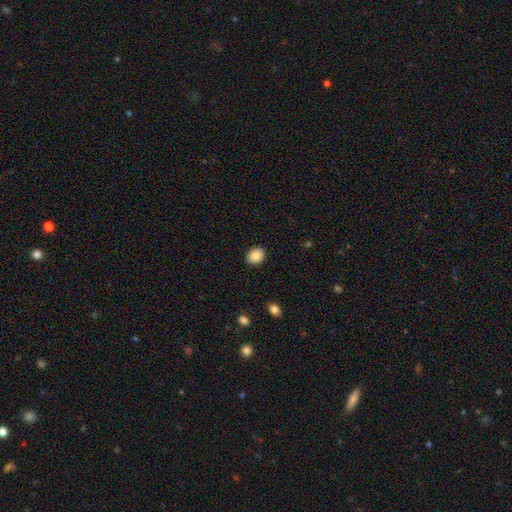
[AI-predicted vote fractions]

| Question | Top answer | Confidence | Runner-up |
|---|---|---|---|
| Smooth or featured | smooth | 87% | star or artifact (8%) |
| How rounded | in between | 50% | round (49%) |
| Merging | none | 90% | minor disturbance (7%) |